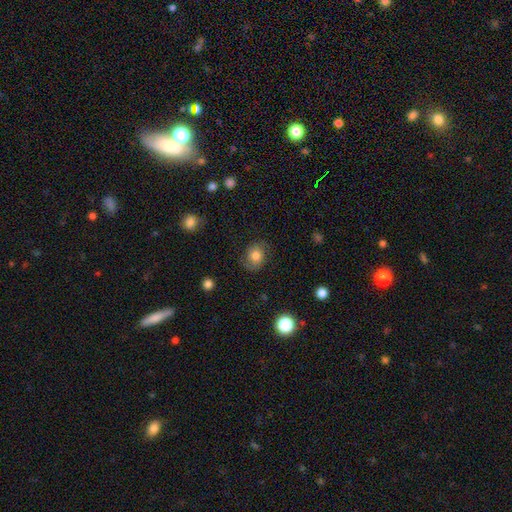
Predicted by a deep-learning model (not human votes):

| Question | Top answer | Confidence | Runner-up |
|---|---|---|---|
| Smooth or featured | smooth | 71% | featured or disk (19%) |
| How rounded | round | 61% | in between (38%) |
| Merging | none | 76% | minor disturbance (17%) |